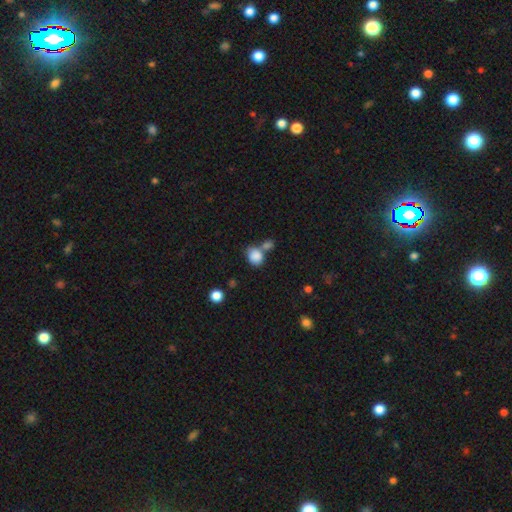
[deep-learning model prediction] Smooth or featured? Predicted: smooth (p=0.85). How rounded? Predicted: round (p=0.54). Merging? Predicted: none (p=0.45).